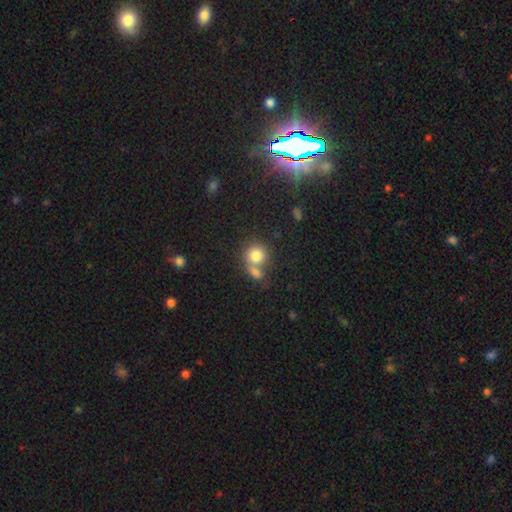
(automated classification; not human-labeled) smooth 80%, star or artifact 10%, featured or disk 10%. Down the decision tree: how rounded — round (84%); merging — merger (44%).